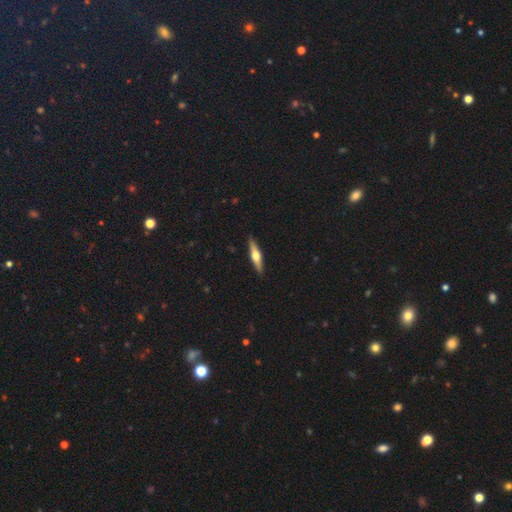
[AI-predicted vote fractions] Smooth or featured? featured or disk (62%)
Edge-on disk? yes (96%)
Edge-on bulge? rounded (95%)
Merging? none (91%)